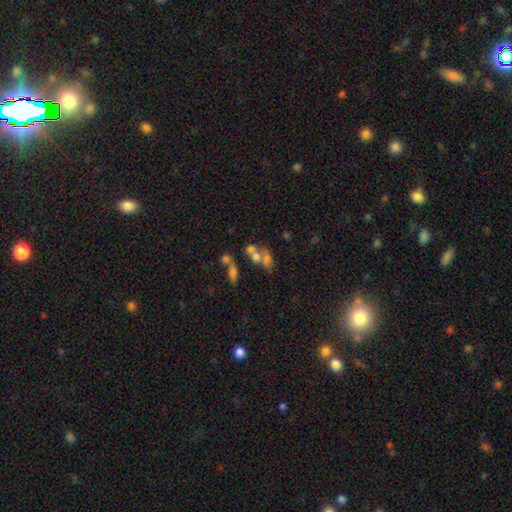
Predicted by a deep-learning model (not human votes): This is possibly a smooth galaxy (51%). How rounded: likely in between (66%). Merging: possibly merger (56%).